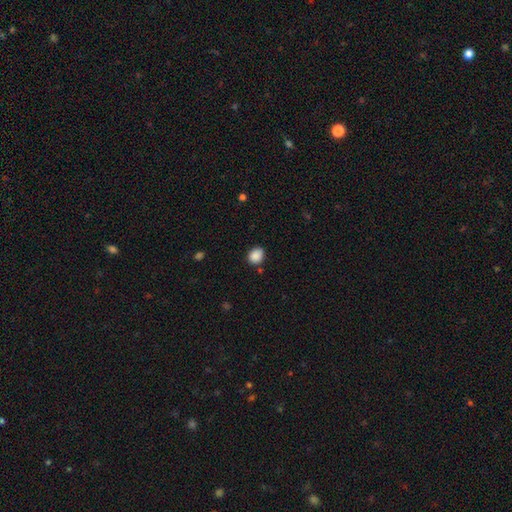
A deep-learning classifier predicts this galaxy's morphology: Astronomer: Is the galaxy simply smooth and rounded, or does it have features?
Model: smooth — 88%.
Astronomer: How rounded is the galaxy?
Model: round — 54% (runner-up: in between, 45%).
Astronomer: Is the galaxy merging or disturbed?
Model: none — 80%.